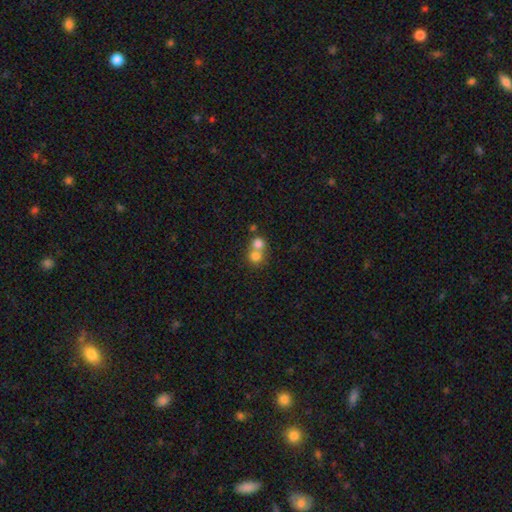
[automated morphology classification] type=smooth (77%); roundness=round (86%); merging=merger (58%).